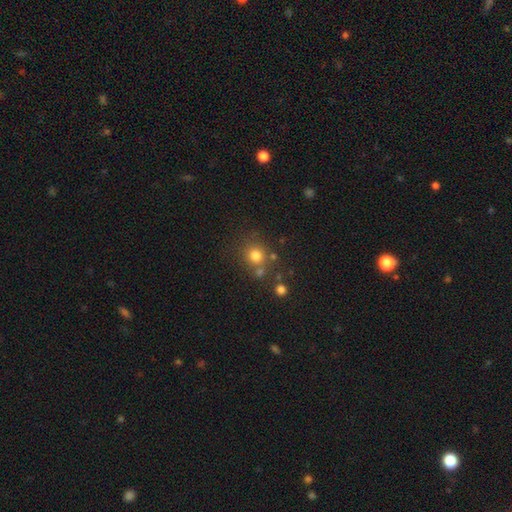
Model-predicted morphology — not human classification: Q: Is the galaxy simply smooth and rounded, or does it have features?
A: smooth — 77%.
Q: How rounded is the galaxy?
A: round — 87%.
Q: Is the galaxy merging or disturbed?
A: none — 70%.